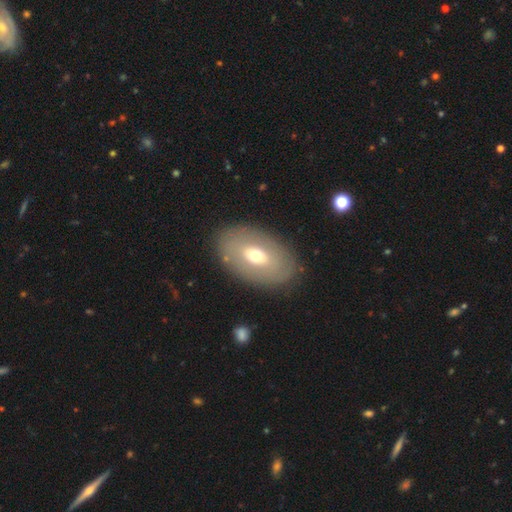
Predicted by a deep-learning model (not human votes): smooth-or-featured: smooth: 54% | featured or disk: 39% | star or artifact: 7%
  how-rounded: in between: 89% | round: 9% | cigar-shaped: 1%
  merging: none: 85% | minor disturbance: 9% | major disturbance: 4% | merger: 2%